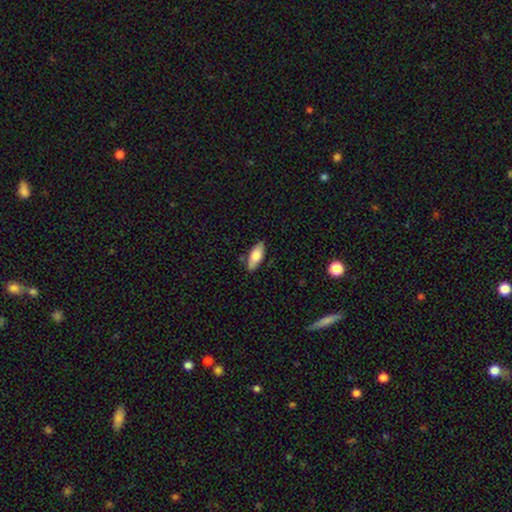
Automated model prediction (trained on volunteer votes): smooth 75%, featured or disk 19%, star or artifact 6%. Down the decision tree: how rounded — in between (79%); merging — none (80%).